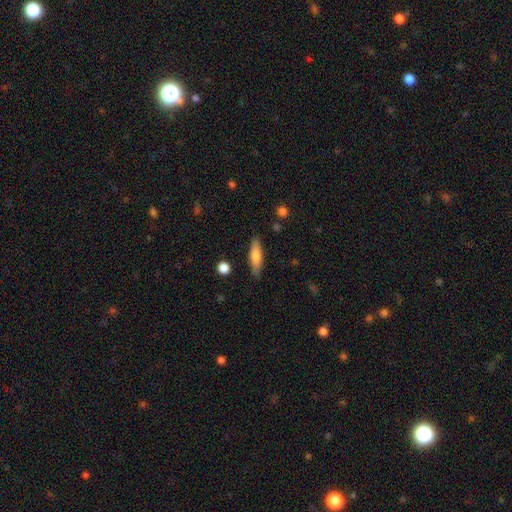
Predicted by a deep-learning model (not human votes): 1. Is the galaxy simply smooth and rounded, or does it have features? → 70% smooth, 24% featured or disk, 6% star or artifact.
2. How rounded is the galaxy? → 65% cigar-shaped, 33% in between, 2% round.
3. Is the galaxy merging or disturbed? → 86% none, 10% minor disturbance, 2% major disturbance, 2% merger.